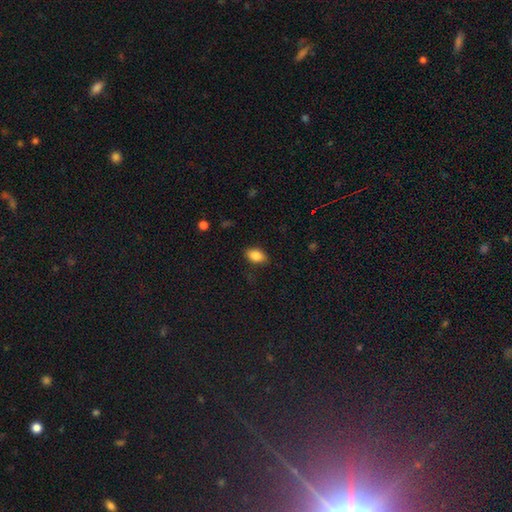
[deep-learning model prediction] smooth_or_featured: smooth (p=0.85) [alt: star or artifact p=0.08]
how_rounded: in between (p=0.87) [alt: round p=0.10]
merging: none (p=0.82) [alt: minor disturbance p=0.14]